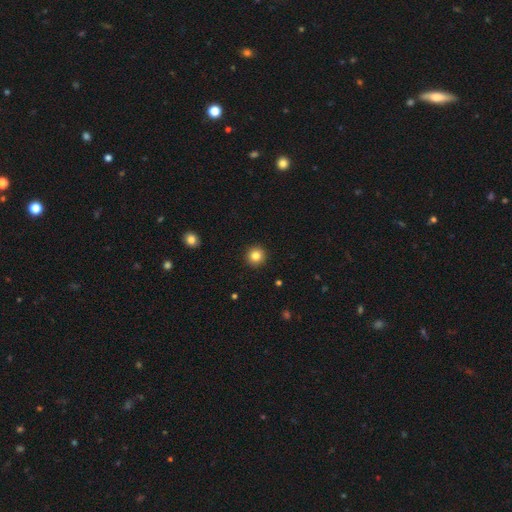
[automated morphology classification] Q: Smooth or featured?
A: smooth (84%); runner-up: star or artifact (11%)
Q: How rounded?
A: round (95%); runner-up: in between (4%)
Q: Merging?
A: none (93%); runner-up: minor disturbance (4%)